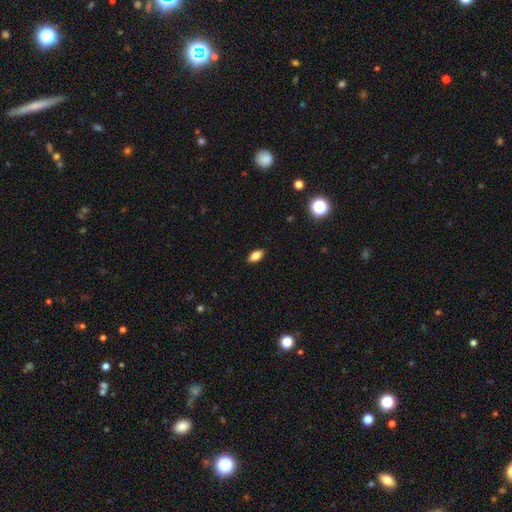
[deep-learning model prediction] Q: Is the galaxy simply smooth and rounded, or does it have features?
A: smooth — 82%.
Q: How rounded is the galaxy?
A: in between — 90%.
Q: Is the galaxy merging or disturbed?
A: none — 89%.